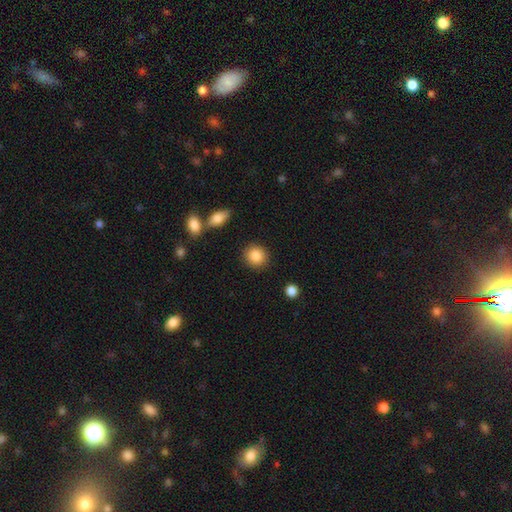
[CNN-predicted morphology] smooth-or-featured: smooth: 87% | star or artifact: 8% | featured or disk: 5%
  how-rounded: round: 87% | in between: 12% | cigar-shaped: 1%
  merging: none: 89% | minor disturbance: 6% | major disturbance: 2% | merger: 2%